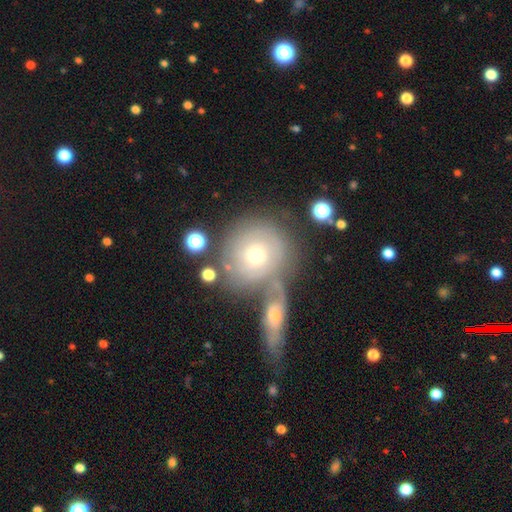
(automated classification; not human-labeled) smooth-or-featured: featured or disk: 52% | smooth: 37% | star or artifact: 12%
  disk-edge-on: no: 90% | yes: 10%
  merging: none: 55% | merger: 27% | minor disturbance: 12% | major disturbance: 6%